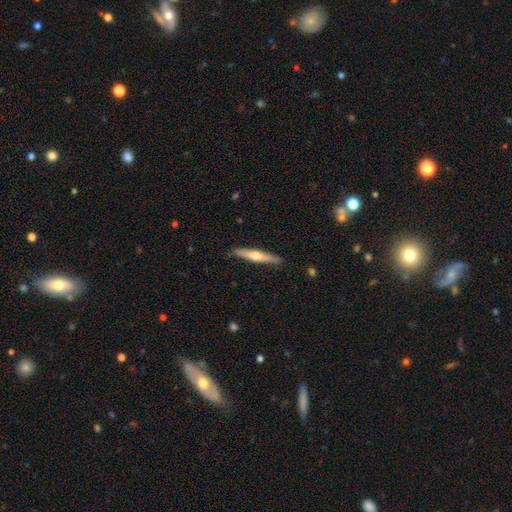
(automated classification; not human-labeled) The model was most divided on "smooth or featured": featured or disk: 56%, smooth: 38%, star or artifact: 5%. More confident: edge-on disk — yes (95%); merging — none (89%); edge-on bulge — rounded (89%).